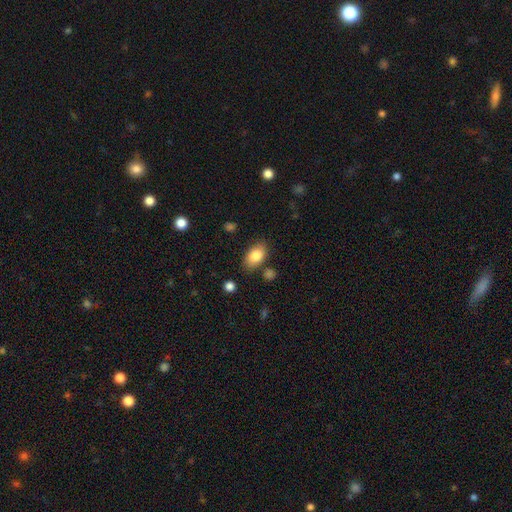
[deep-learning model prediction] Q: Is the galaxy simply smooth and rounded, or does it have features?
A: smooth — 84%.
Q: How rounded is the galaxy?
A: in between — 90%.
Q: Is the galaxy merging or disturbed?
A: none — 80%.